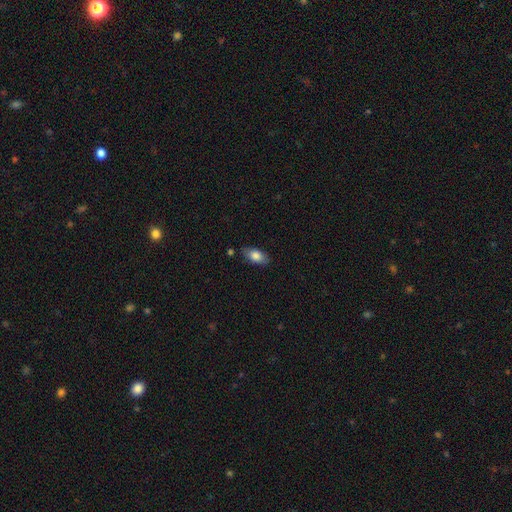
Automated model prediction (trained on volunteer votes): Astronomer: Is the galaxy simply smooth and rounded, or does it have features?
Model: smooth — 80%.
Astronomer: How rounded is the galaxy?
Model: in between — 90%.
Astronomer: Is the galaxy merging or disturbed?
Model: none — 80%.